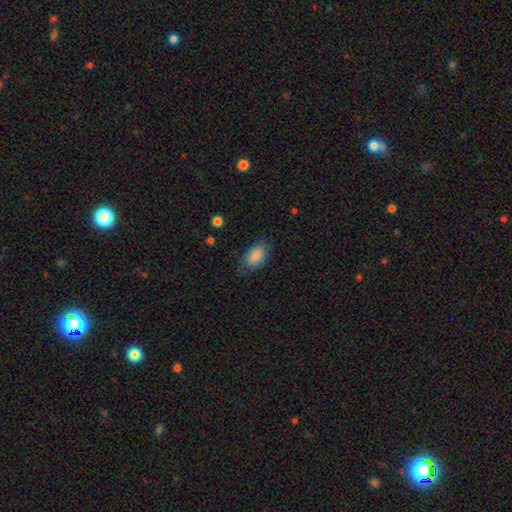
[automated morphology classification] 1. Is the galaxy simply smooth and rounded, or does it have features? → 87% smooth, 7% star or artifact, 6% featured or disk.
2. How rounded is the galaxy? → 91% in between, 7% round, 2% cigar-shaped.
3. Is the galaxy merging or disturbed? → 76% none, 18% minor disturbance, 5% major disturbance, 1% merger.